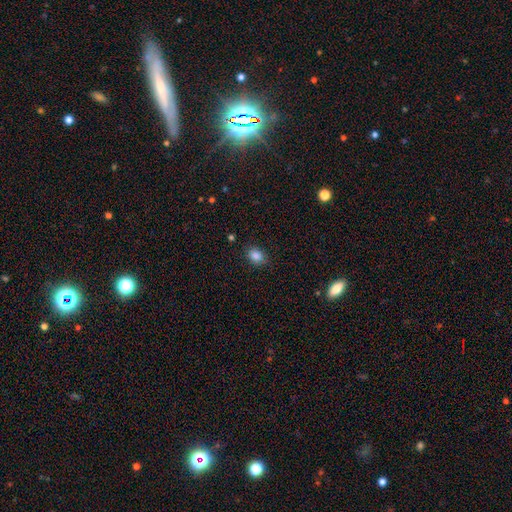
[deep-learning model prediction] This appears to be a smooth galaxy with no disk features (85%) that is in between round and cigar-shaped (61%). Merging: none (82%).